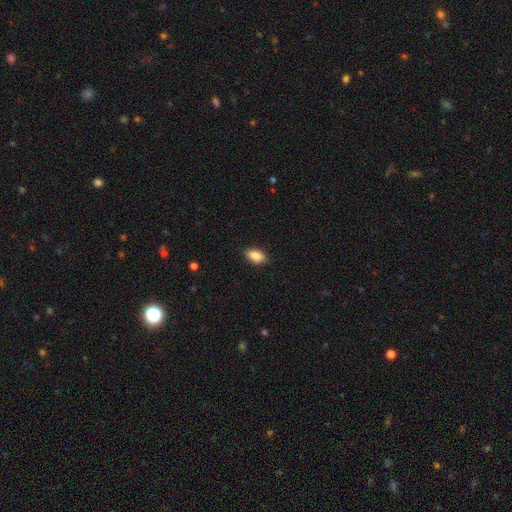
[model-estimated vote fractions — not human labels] Smooth or featured? Predicted: smooth (p=0.87). How rounded? Predicted: in between (p=0.89). Merging? Predicted: none (p=0.85).